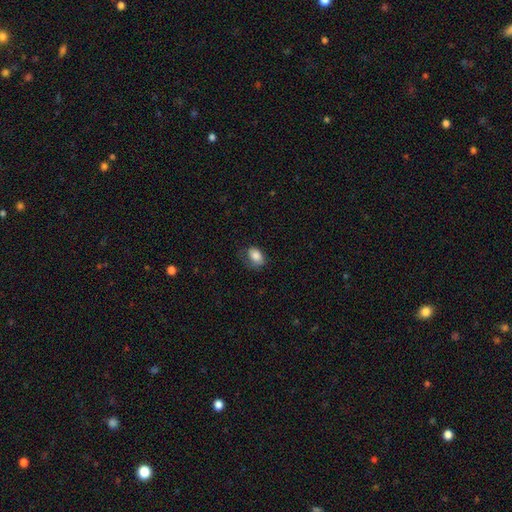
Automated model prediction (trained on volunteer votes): Smooth or featured? Predicted: smooth (p=0.84). How rounded? Predicted: in between (p=0.84). Merging? Predicted: none (p=0.54).